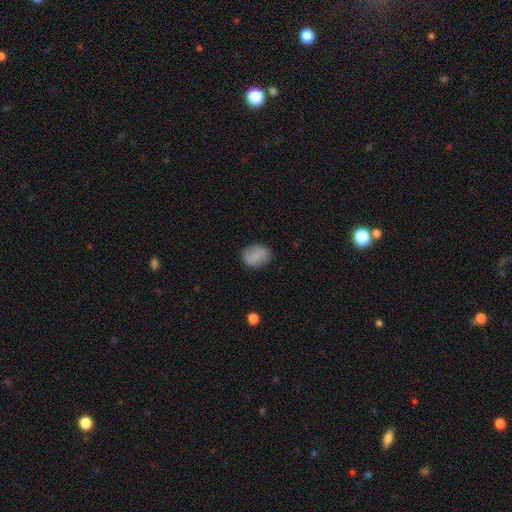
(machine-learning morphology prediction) This is clearly a smooth galaxy (85%). How rounded: likely in between (62%). Merging: clearly none (84%).